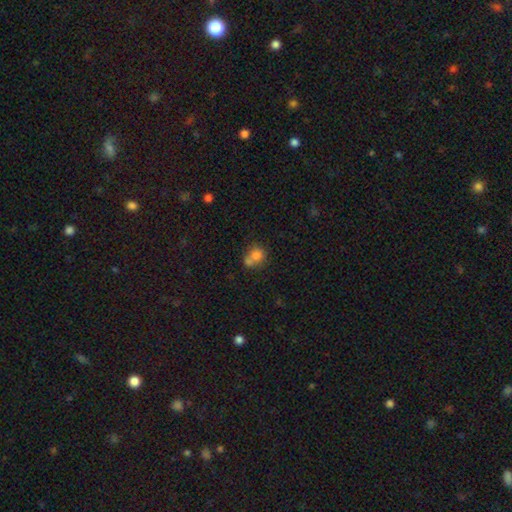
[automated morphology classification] Smooth or featured? smooth (77%)
How rounded? round (72%)
Merging? merger (47%)